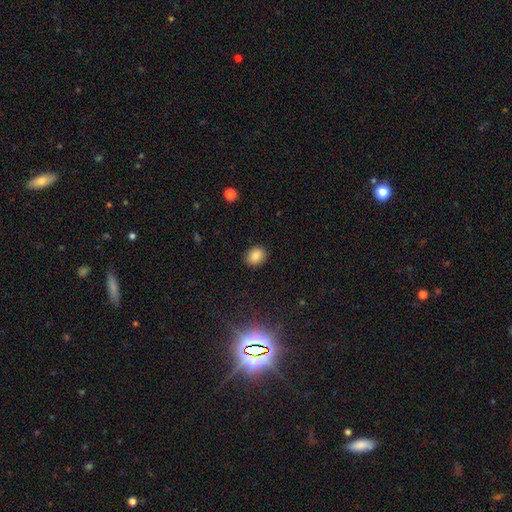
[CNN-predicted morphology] smooth 84%, star or artifact 10%, featured or disk 5%. Down the decision tree: how rounded — round (51%); merging — none (90%).